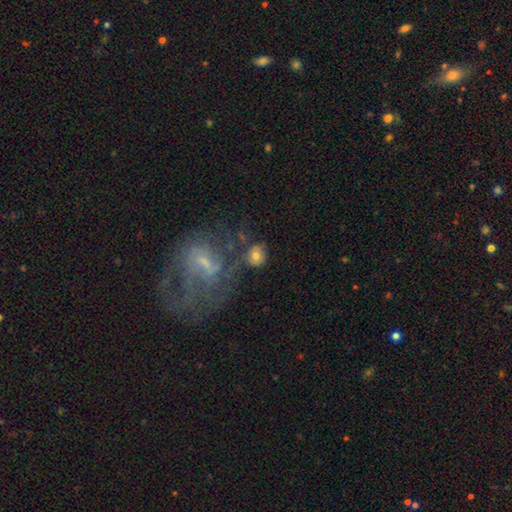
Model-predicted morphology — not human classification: A smooth galaxy with no disk features (62%) that is round (73%).

Vote fractions:
- Smooth or featured? smooth: 62% / featured or disk: 27% / star or artifact: 11%
- How rounded? round: 73% / in between: 25% / cigar-shaped: 2%
- Merging? none: 58% / minor disturbance: 16% / merger: 14% / major disturbance: 12%